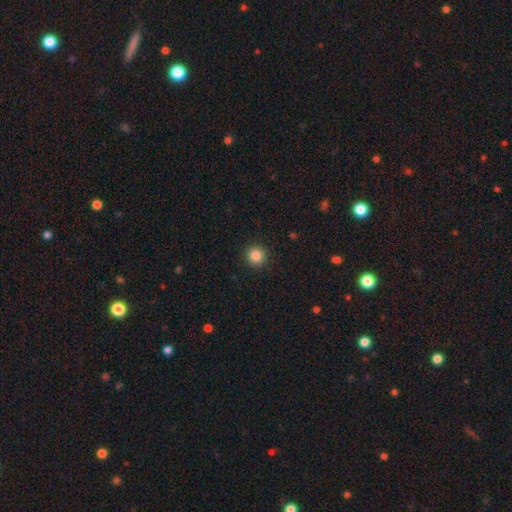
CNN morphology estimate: smooth-or-featured: smooth: 86% | star or artifact: 10% | featured or disk: 4%
  how-rounded: round: 95% | in between: 4% | cigar-shaped: 1%
  merging: none: 93% | minor disturbance: 5% | major disturbance: 2% | merger: 1%